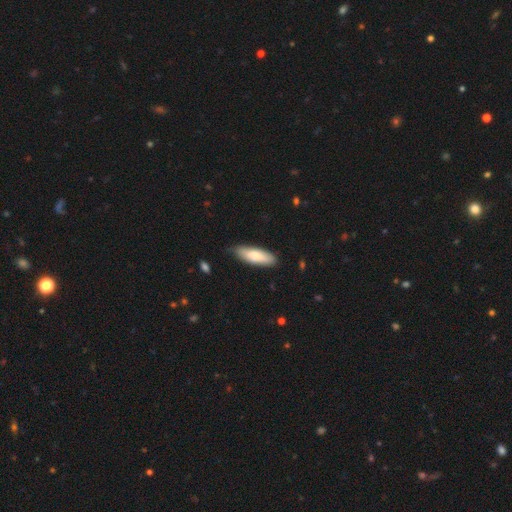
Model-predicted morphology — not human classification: type=smooth (81%); roundness=in between (54%); merging=none (78%).